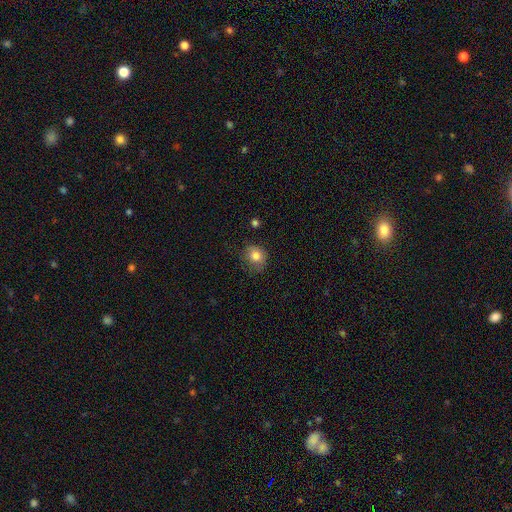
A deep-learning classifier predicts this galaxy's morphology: smooth-or-featured: smooth: 80% | star or artifact: 10% | featured or disk: 10%
  how-rounded: round: 68% | in between: 32% | cigar-shaped: 1%
  merging: none: 63% | minor disturbance: 26% | major disturbance: 9% | merger: 2%